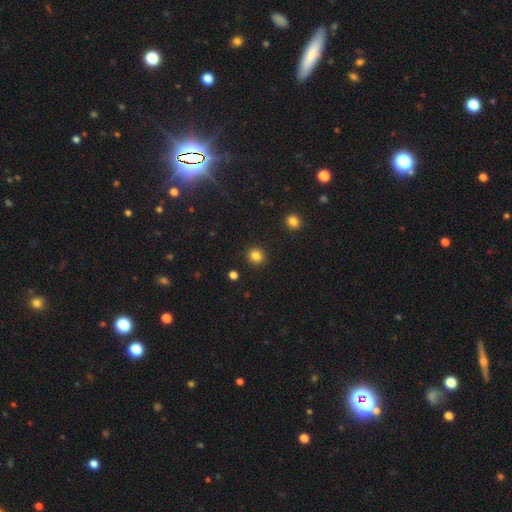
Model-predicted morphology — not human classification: The model was most divided on "smooth or featured": smooth: 84%, star or artifact: 12%, featured or disk: 4%. More confident: merging — none (92%); how rounded — round (91%).